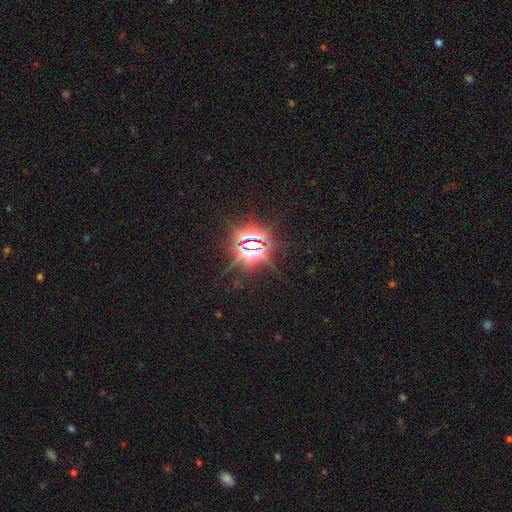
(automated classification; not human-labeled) Overall: star or artifact (85%).